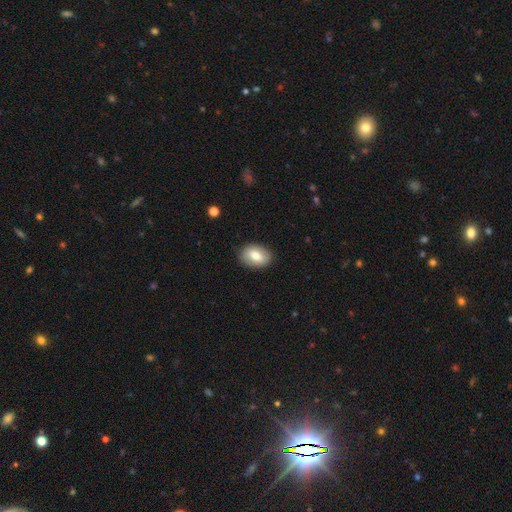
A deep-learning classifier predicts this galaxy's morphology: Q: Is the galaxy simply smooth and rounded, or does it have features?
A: smooth — 75%.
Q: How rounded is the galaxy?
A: in between — 82%.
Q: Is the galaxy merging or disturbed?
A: none — 87%.